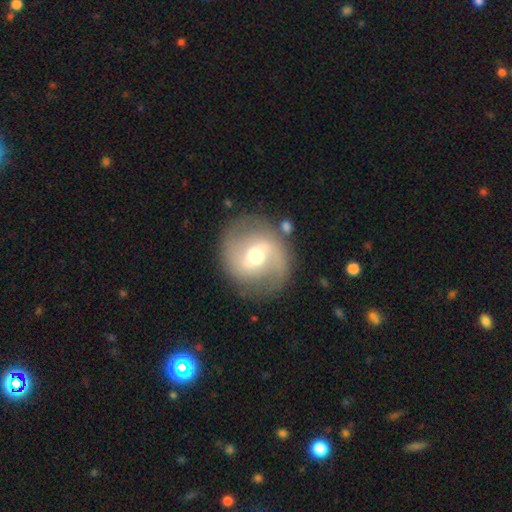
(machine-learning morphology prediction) type=featured or disk (70%); edge-on=no (97%); bar=weak (49%); spiral arms=yes (82%); winding=medium (44%); arm count=2 (86%); bulge=moderate (68%); merging=none (79%).